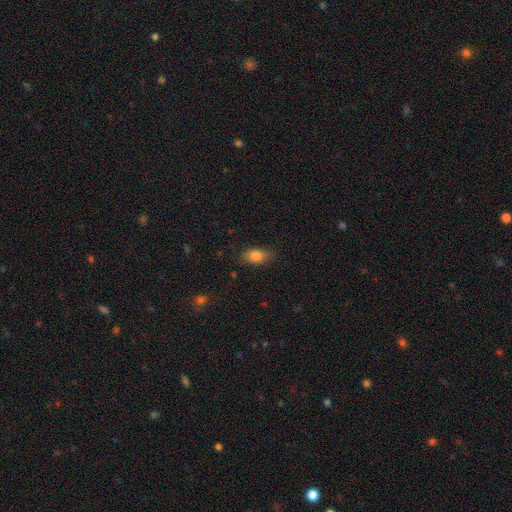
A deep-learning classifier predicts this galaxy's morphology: smooth_or_featured: smooth (p=0.84) [alt: star or artifact p=0.09]
how_rounded: in between (p=0.87) [alt: round p=0.09]
merging: none (p=0.80) [alt: minor disturbance p=0.15]